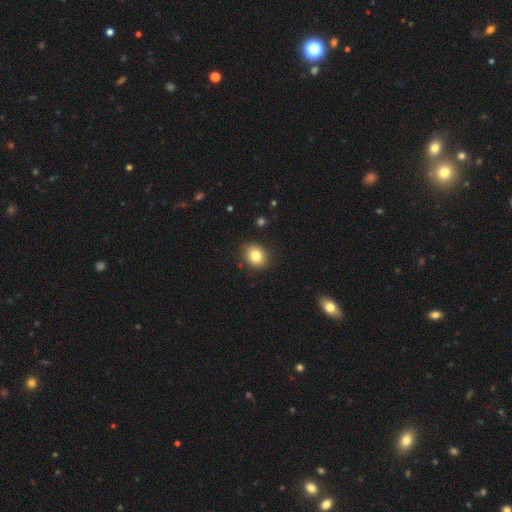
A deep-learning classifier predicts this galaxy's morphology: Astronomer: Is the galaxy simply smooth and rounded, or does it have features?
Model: smooth — 82%.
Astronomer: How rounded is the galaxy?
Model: round — 59% (runner-up: in between, 40%).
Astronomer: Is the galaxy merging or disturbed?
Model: none — 86%.